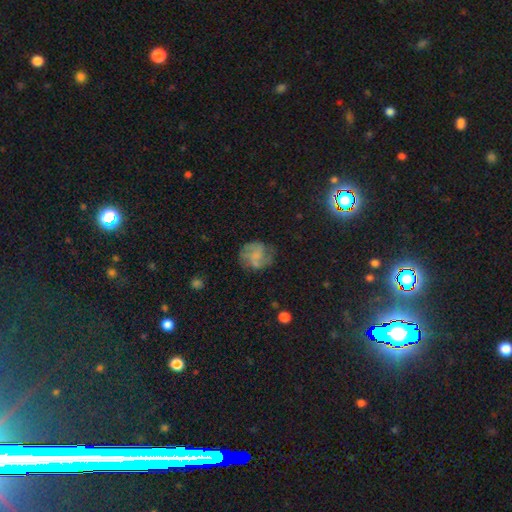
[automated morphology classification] featured or disk 47%, smooth 42%, star or artifact 11%. Down the decision tree: merging — none (59%).